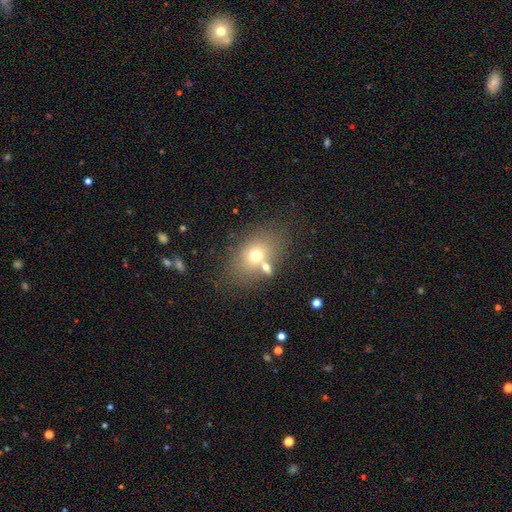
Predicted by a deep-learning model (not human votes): smooth-or-featured: smooth: 66% | featured or disk: 20% | star or artifact: 14%
  how-rounded: in between: 71% | round: 27% | cigar-shaped: 1%
  merging: none: 61% | merger: 21% | minor disturbance: 12% | major disturbance: 6%